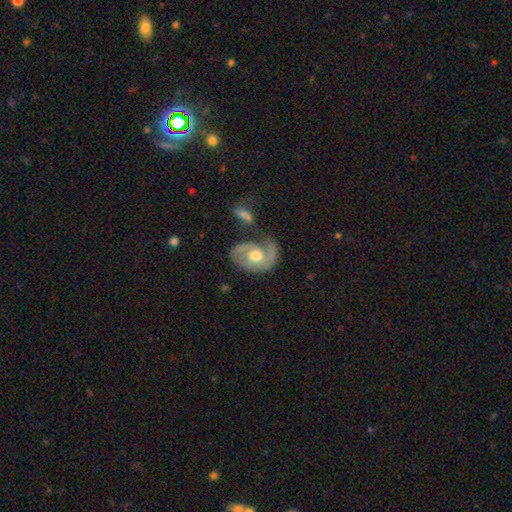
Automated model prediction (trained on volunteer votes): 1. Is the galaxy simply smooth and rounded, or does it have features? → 73% featured or disk, 21% smooth, 6% star or artifact.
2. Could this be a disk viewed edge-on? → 96% no, 4% yes.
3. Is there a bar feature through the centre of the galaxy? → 70% no, 25% weak, 5% strong.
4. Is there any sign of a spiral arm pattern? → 85% yes, 15% no.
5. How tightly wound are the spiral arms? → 43% medium, 35% tight, 22% loose.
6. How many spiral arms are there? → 60% 2, 25% 1, 10% can't tell, 2% 3, 1% 4, 1% more than 4.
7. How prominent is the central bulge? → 72% moderate, 16% large, 9% small, 1% dominant, 1% none.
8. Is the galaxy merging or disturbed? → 46% none, 23% minor disturbance, 20% major disturbance, 11% merger.